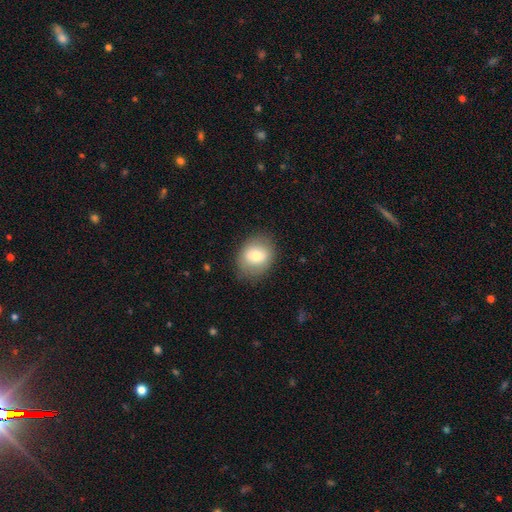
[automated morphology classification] smooth-or-featured: smooth: 74% | featured or disk: 18% | star or artifact: 8%
  how-rounded: in between: 52% | round: 48% | cigar-shaped: 1%
  merging: none: 81% | minor disturbance: 14% | major disturbance: 4% | merger: 1%